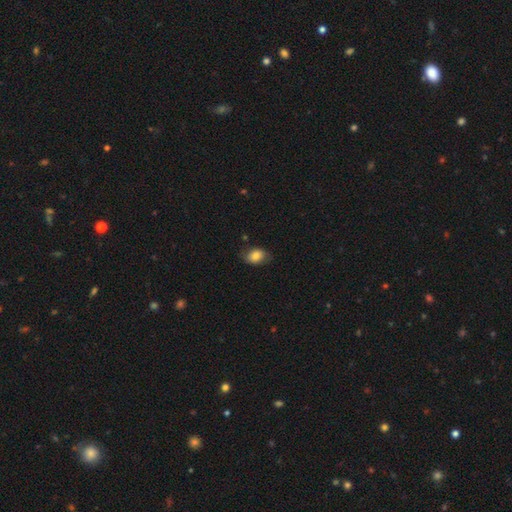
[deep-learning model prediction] Morphology: type=smooth (80%); roundness=in between (77%); merging=none (73%).